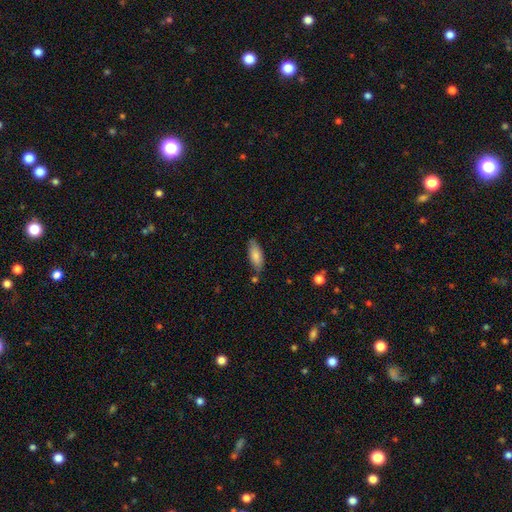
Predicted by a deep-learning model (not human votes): smooth-or-featured: smooth: 80% | featured or disk: 13% | star or artifact: 6%
  how-rounded: in between: 76% | cigar-shaped: 22% | round: 2%
  merging: none: 72% | minor disturbance: 18% | merger: 7% | major disturbance: 3%